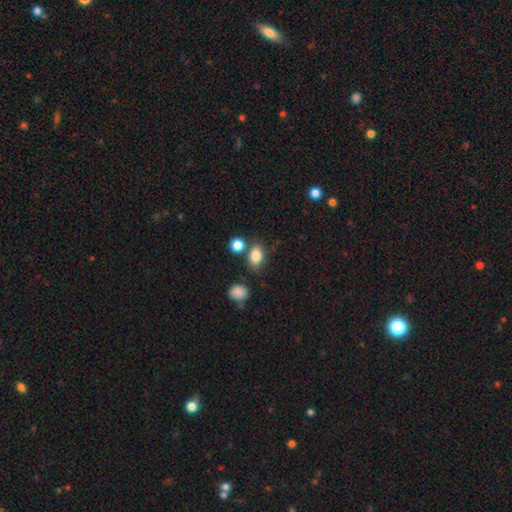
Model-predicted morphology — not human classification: Q: Smooth or featured?
A: smooth (82%); runner-up: star or artifact (10%)
Q: How rounded?
A: in between (76%); runner-up: round (22%)
Q: Merging?
A: none (68%); runner-up: merger (14%)